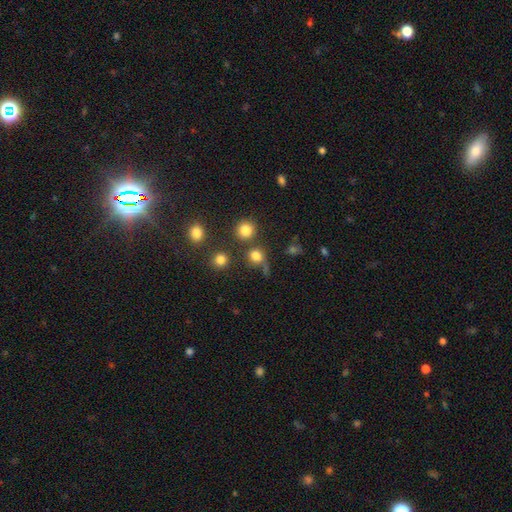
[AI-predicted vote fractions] This appears to be a smooth galaxy with no disk features (79%) that is round (87%). Merging: none (62%).